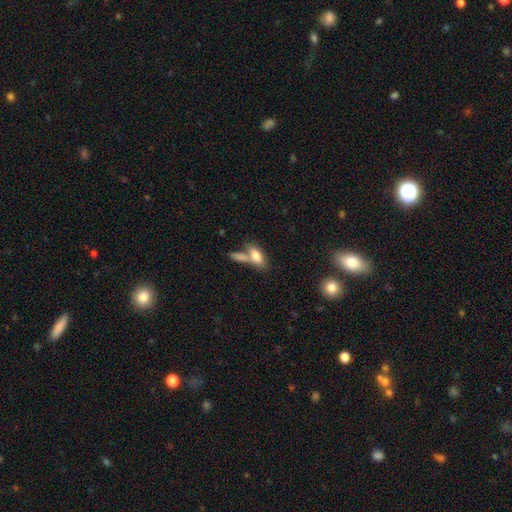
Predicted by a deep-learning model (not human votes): smooth 76%, featured or disk 17%, star or artifact 7%. Down the decision tree: how rounded — in between (81%); merging — merger (43%).